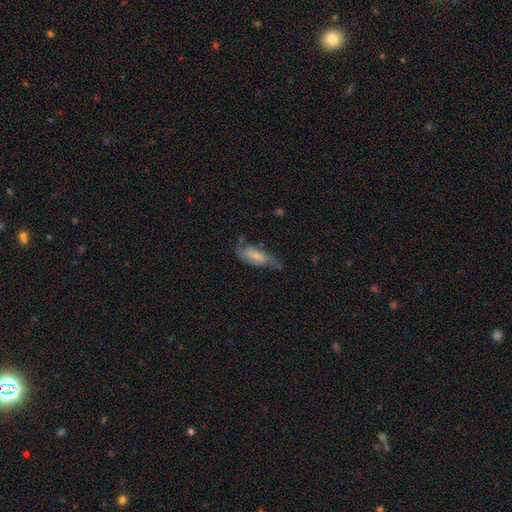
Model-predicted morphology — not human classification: Smooth or featured? featured or disk (47%)
Merging? none (44%)